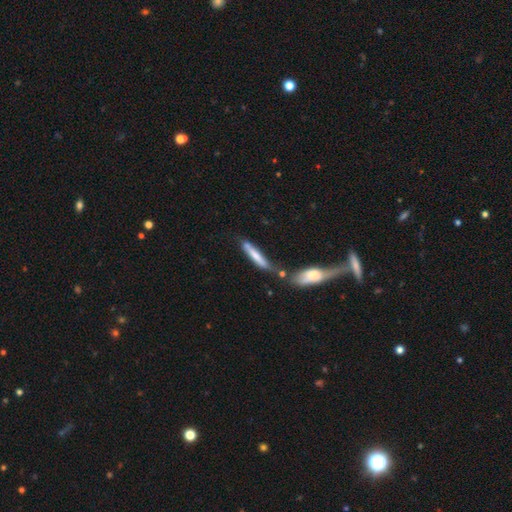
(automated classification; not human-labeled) Q: Smooth or featured?
A: smooth (62%); runner-up: featured or disk (32%)
Q: How rounded?
A: cigar-shaped (87%); runner-up: in between (11%)
Q: Merging?
A: none (45%); runner-up: merger (28%)